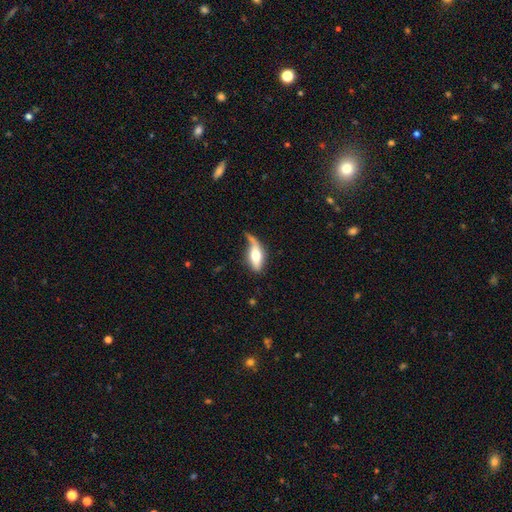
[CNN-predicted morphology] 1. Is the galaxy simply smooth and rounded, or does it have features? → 57% smooth, 37% featured or disk, 7% star or artifact.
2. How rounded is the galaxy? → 77% in between, 18% cigar-shaped, 5% round.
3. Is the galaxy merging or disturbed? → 35% none, 30% minor disturbance, 26% major disturbance, 9% merger.